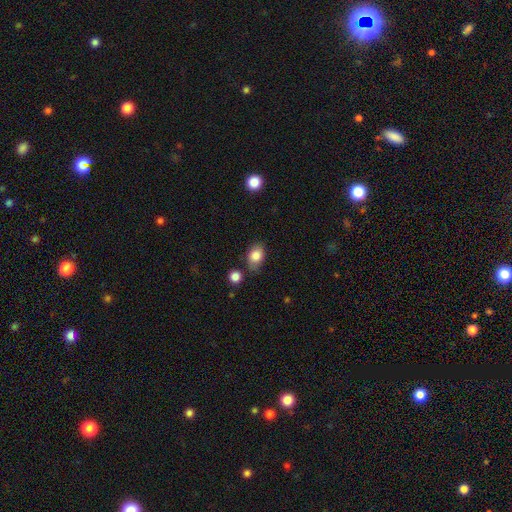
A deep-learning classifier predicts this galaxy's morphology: This is clearly a smooth galaxy (84%). How rounded: likely in between (75%). Merging: likely none (68%).